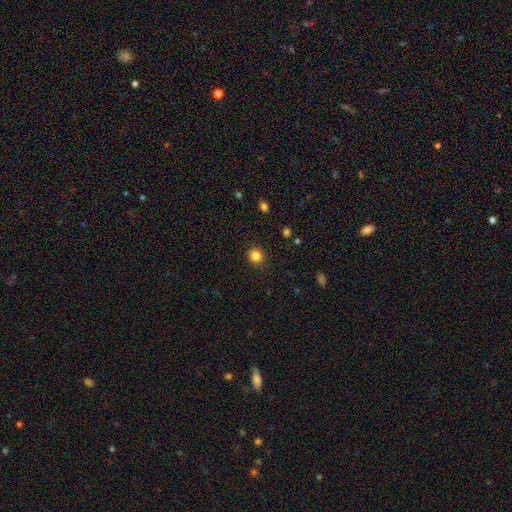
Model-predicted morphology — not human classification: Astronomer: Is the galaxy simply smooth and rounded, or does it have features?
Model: smooth — 84%.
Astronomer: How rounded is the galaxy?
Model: round — 86%.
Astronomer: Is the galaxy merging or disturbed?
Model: none — 90%.